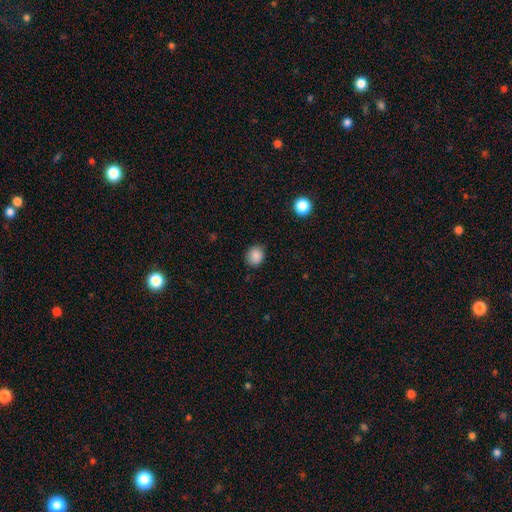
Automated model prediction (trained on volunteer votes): Smooth or featured? smooth (87%)
How rounded? round (69%)
Merging? none (82%)